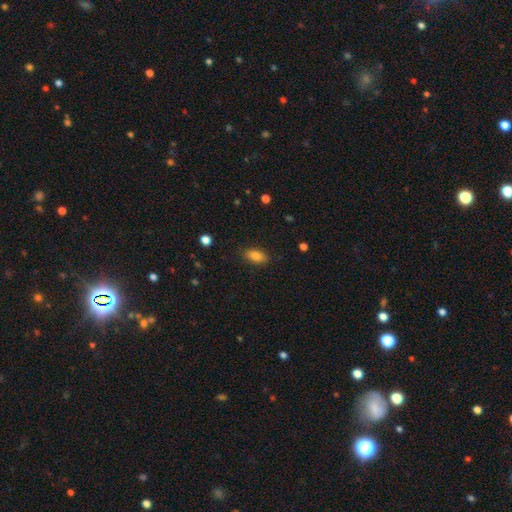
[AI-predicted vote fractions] Overall: smooth (84%). How rounded: in between (88%). Merging: none (85%).